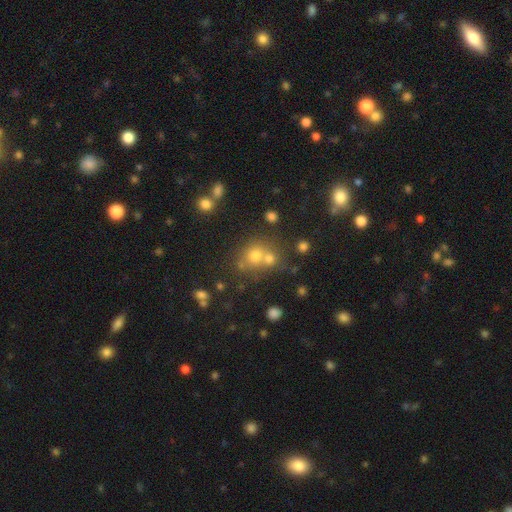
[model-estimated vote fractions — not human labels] This is likely a smooth galaxy (65%). How rounded: clearly round (82%). Merging: possibly none (50%).